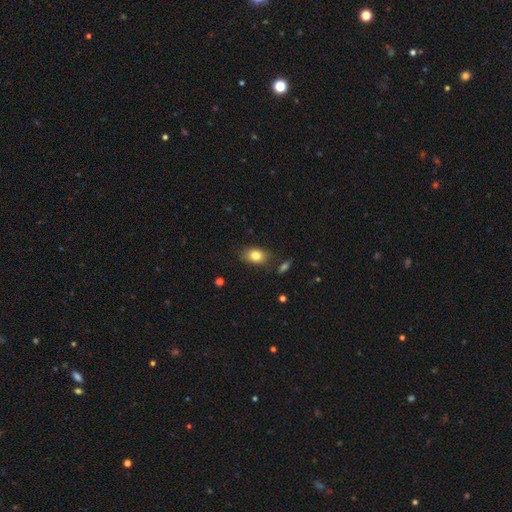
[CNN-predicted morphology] A smooth galaxy with no disk features (81%) that is in between round and cigar-shaped (75%).

Vote fractions:
- Smooth or featured? smooth: 81% / featured or disk: 10% / star or artifact: 9%
- How rounded? in between: 75% / round: 24% / cigar-shaped: 2%
- Merging? none: 79% / minor disturbance: 15% / merger: 3% / major disturbance: 3%